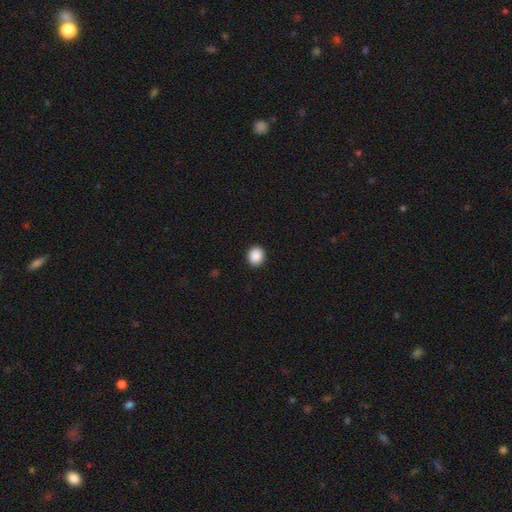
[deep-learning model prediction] smooth 89%, star or artifact 9%, featured or disk 2%. Down the decision tree: how rounded — round (78%); merging — none (92%).